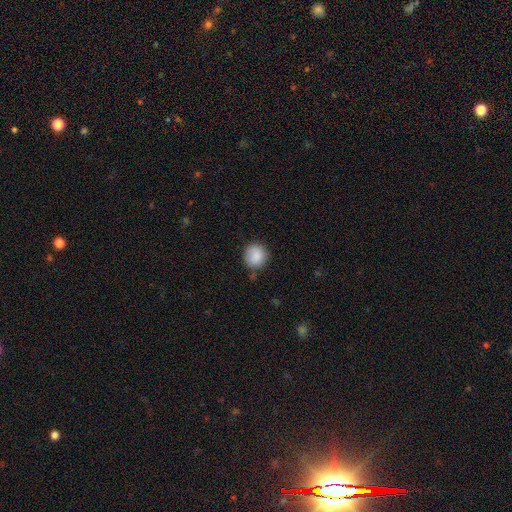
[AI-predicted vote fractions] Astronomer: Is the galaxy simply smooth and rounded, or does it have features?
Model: smooth — 88%.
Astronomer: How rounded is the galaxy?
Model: round — 89%.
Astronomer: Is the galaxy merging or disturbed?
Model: none — 81%.